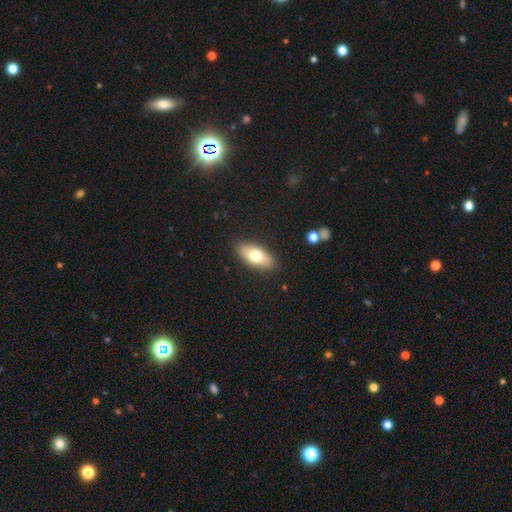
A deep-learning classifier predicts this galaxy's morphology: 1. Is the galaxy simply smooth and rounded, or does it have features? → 71% smooth, 22% featured or disk, 7% star or artifact.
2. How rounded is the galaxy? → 87% in between, 10% cigar-shaped, 3% round.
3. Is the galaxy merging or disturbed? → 88% none, 9% minor disturbance, 2% major disturbance, 1% merger.